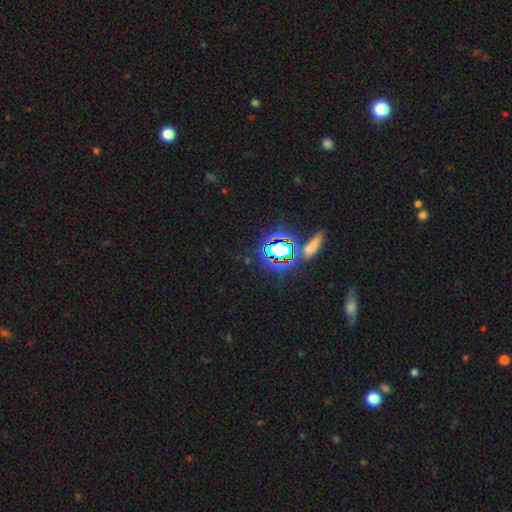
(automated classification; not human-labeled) This is likely a star or artifact rather than a galaxy (73%).